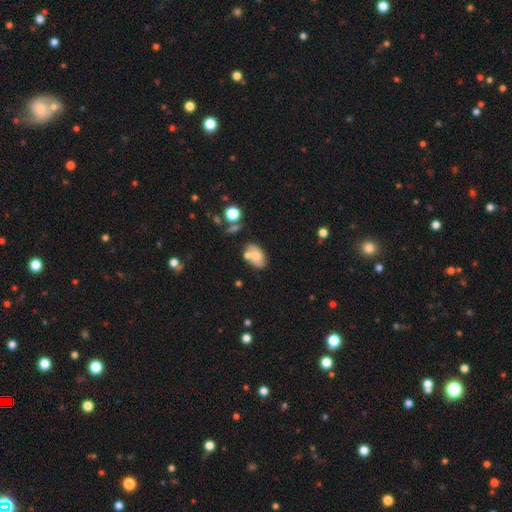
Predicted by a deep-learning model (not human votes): The model was most divided on "merging": none: 51%, merger: 23%, minor disturbance: 20%, major disturbance: 6%. More confident: how rounded — in between (89%); smooth or featured — smooth (65%).